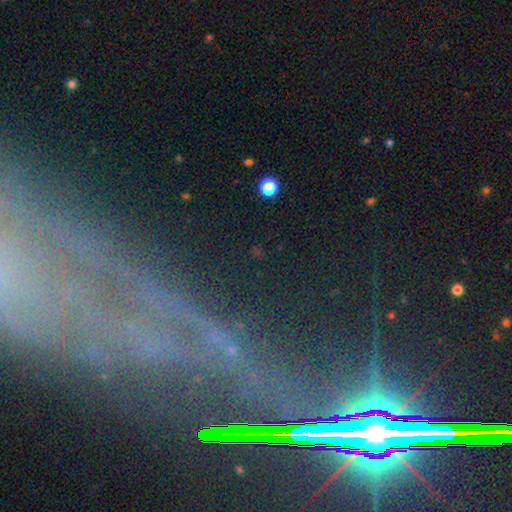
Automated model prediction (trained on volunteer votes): A star or artifact, not a galaxy (69%).